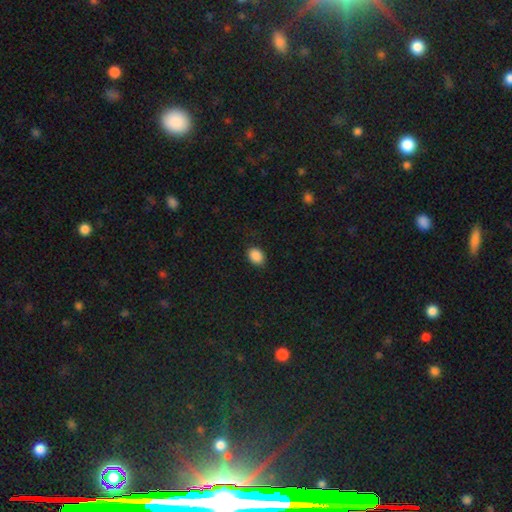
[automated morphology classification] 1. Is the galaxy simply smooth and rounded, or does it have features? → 88% smooth, 8% star or artifact, 3% featured or disk.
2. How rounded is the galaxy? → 70% in between, 29% round, 1% cigar-shaped.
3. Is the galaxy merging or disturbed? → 87% none, 10% minor disturbance, 2% major disturbance, 1% merger.